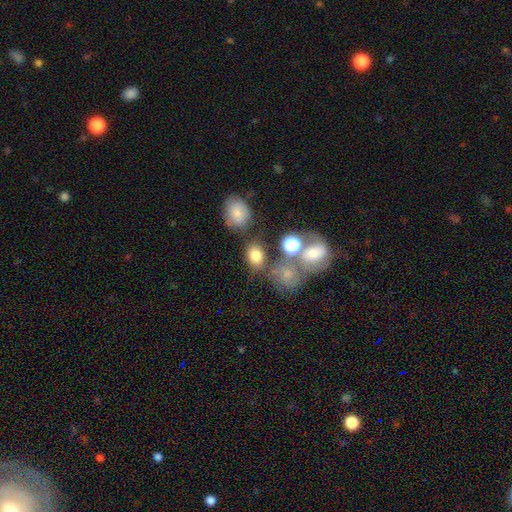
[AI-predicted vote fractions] A smooth galaxy with no disk features (76%) that is in between round and cigar-shaped (71%).

Vote fractions:
- Smooth or featured? smooth: 76% / star or artifact: 13% / featured or disk: 11%
- How rounded? in between: 71% / round: 27% / cigar-shaped: 2%
- Merging? none: 58% / merger: 19% / minor disturbance: 15% / major disturbance: 8%